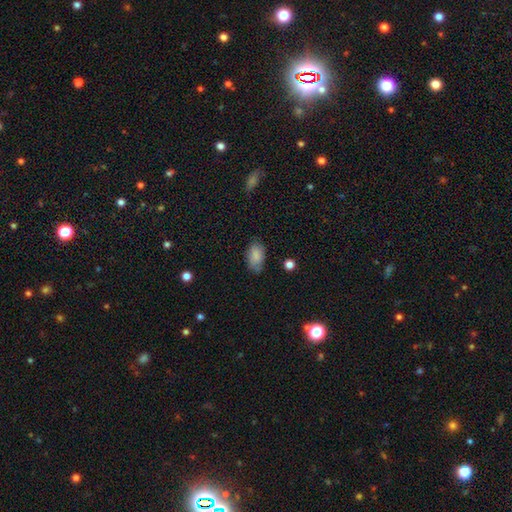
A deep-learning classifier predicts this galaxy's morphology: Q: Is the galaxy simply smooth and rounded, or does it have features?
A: smooth — 85%.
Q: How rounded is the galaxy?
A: in between — 92%.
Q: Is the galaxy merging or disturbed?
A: none — 69%.